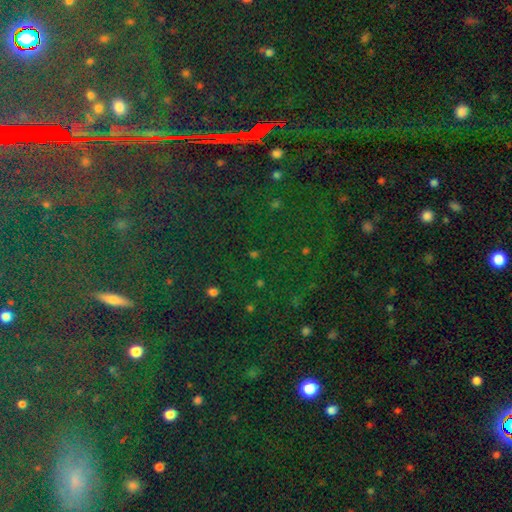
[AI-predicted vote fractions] Morphology: type=star or artifact (80%).